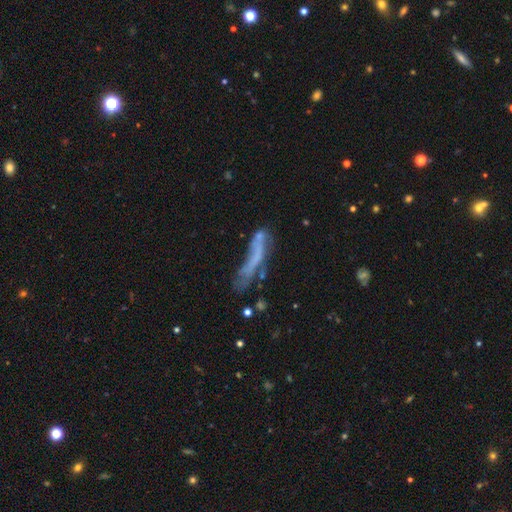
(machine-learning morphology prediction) smooth-or-featured: smooth: 43% (tied) | featured or disk: 43% (tied) | star or artifact: 13%
  merging: none: 37% | major disturbance: 27% | minor disturbance: 23% | merger: 13%